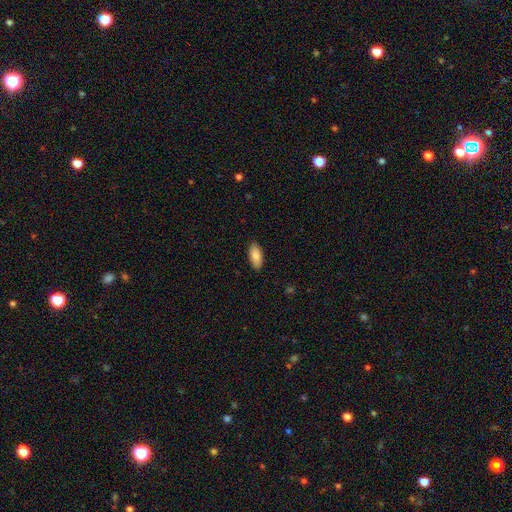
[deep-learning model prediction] This is clearly a smooth galaxy (87%). How rounded: clearly in between (86%). Merging: clearly none (89%).